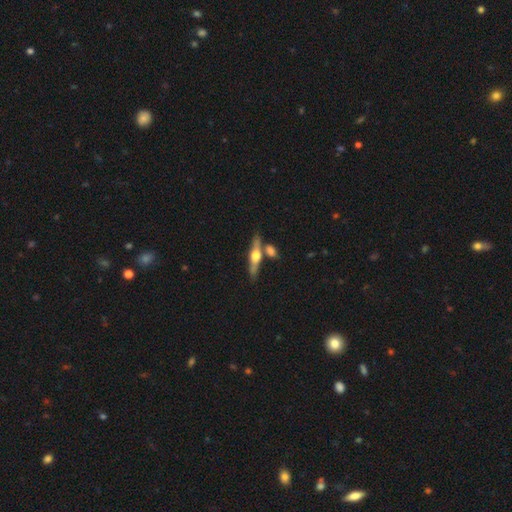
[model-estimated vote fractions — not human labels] A featured or disk galaxy (64%) viewed edge-on (94%) with a rounded central bulge (93%). Merging: none (66%).